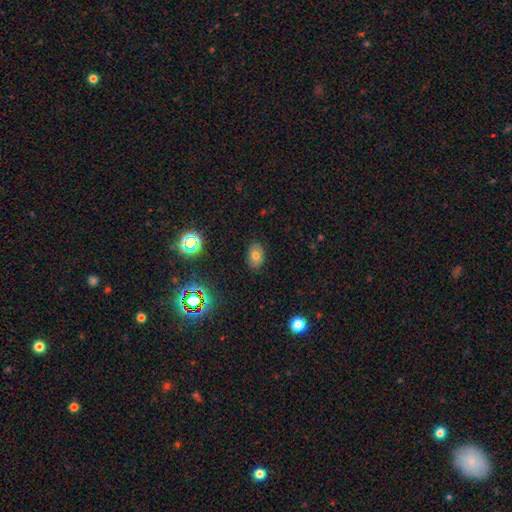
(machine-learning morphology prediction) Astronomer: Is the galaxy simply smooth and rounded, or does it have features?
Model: smooth — 72%.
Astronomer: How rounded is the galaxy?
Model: in between — 84%.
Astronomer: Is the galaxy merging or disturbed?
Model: none — 86%.